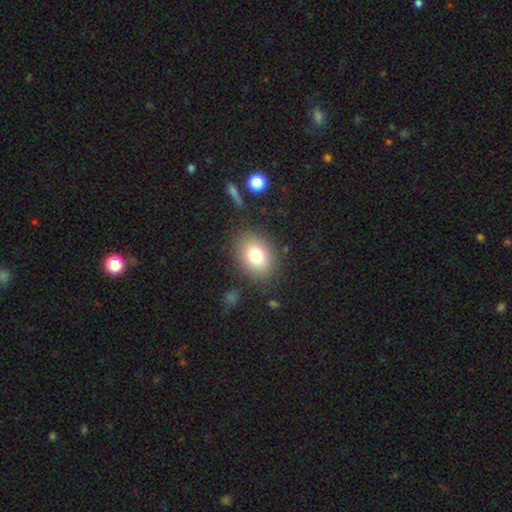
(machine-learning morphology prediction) Smooth or featured? Predicted: smooth (p=0.78). How rounded? Predicted: in between (p=0.60). Merging? Predicted: none (p=0.83).